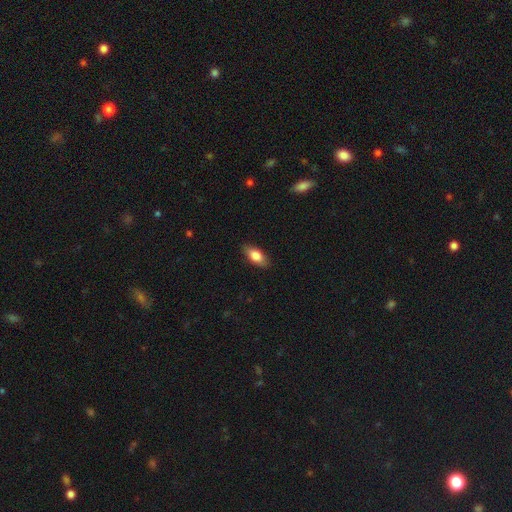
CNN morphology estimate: A smooth galaxy with no disk features (80%) that is in between round and cigar-shaped (86%).

Vote fractions:
- Smooth or featured? smooth: 80% / featured or disk: 13% / star or artifact: 7%
- How rounded? in between: 86% / cigar-shaped: 11% / round: 4%
- Merging? none: 85% / minor disturbance: 11% / major disturbance: 2% / merger: 1%